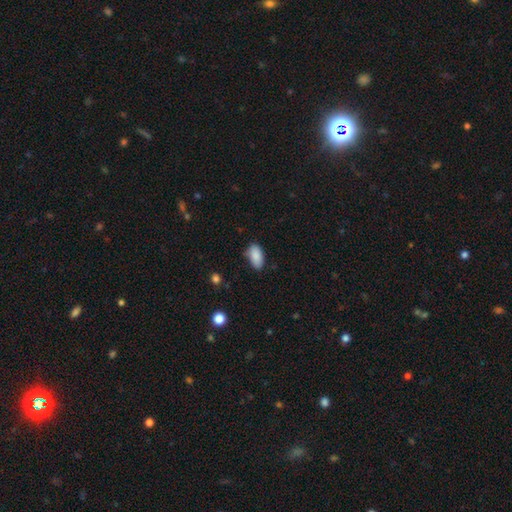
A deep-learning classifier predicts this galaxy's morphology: smooth_or_featured: smooth (p=0.88) [alt: star or artifact p=0.07]
how_rounded: in between (p=0.94) [alt: cigar-shaped p=0.03]
merging: none (p=0.73) [alt: minor disturbance p=0.22]